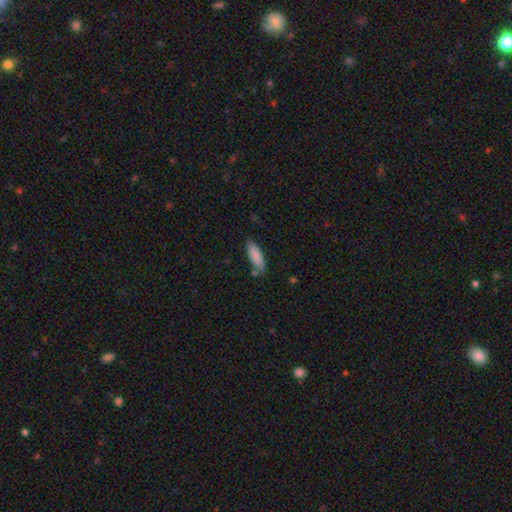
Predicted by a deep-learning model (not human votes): This appears to be a smooth galaxy with no disk features (85%) that is in between round and cigar-shaped (54%). Merging: none (74%).